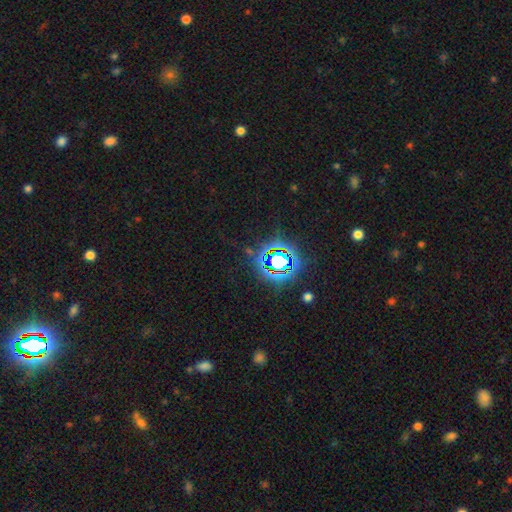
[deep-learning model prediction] A star or artifact, not a galaxy (81%).